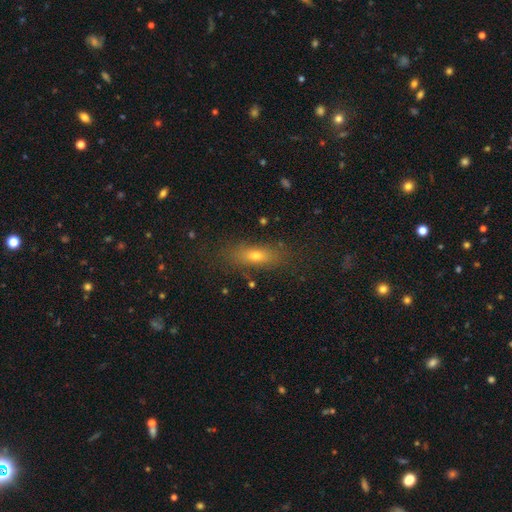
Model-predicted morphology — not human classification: Smooth or featured? Predicted: smooth (p=0.66). How rounded? Predicted: in between (p=0.59). Merging? Predicted: none (p=0.78).